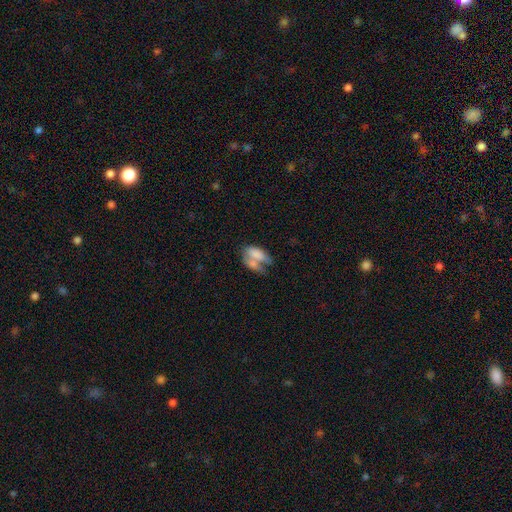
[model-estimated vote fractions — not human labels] smooth-or-featured: smooth: 71% | featured or disk: 21% | star or artifact: 8%
  how-rounded: in between: 88% | cigar-shaped: 6% | round: 6%
  merging: merger: 56% | none: 21% | minor disturbance: 12% | major disturbance: 11%